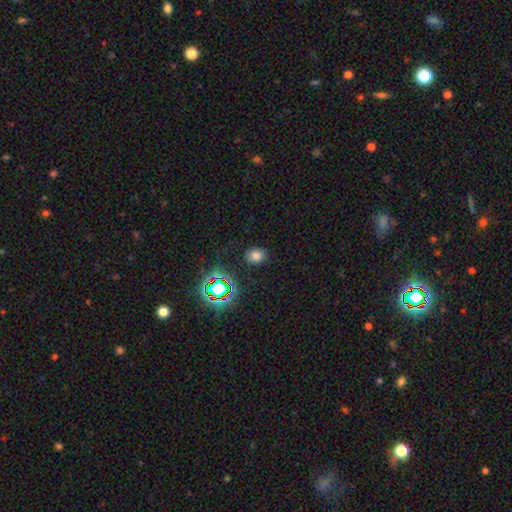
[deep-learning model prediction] Smooth or featured? smooth (72%)
How rounded? in between (51%)
Merging? none (82%)